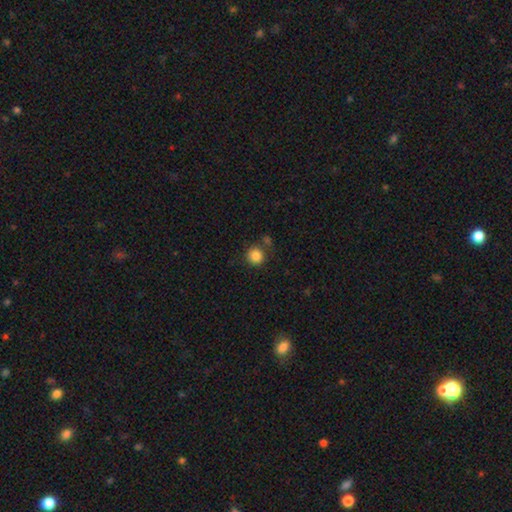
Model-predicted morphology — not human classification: smooth_or_featured: smooth (p=0.86) [alt: star or artifact p=0.10]
how_rounded: round (p=0.93) [alt: in between p=0.06]
merging: none (p=0.76) [alt: minor disturbance p=0.10]